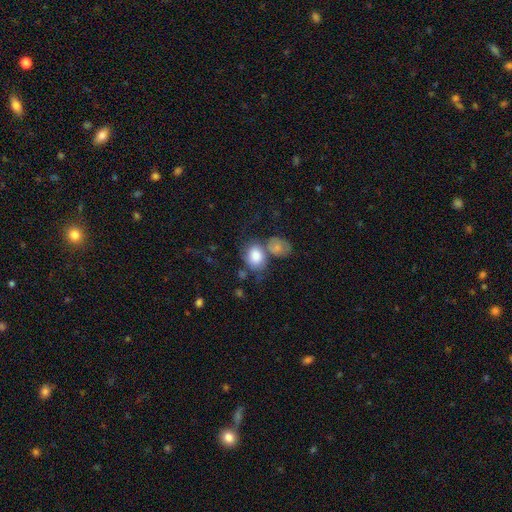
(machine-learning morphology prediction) Smooth or featured? smooth (80%)
How rounded? in between (65%)
Merging? merger (40%)